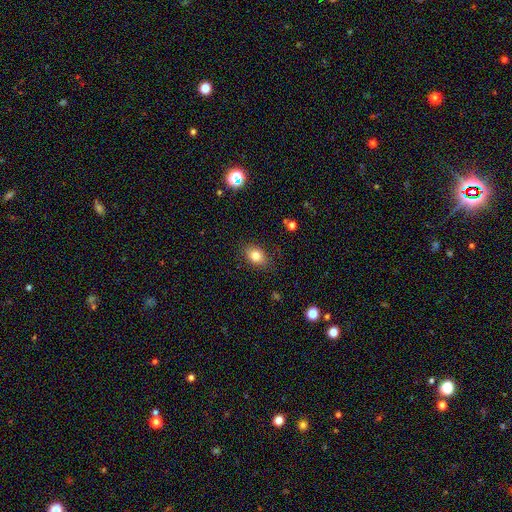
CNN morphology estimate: The model was most divided on "how rounded": in between: 73%, round: 26%, cigar-shaped: 1%. More confident: merging — none (83%); smooth or featured — smooth (81%).